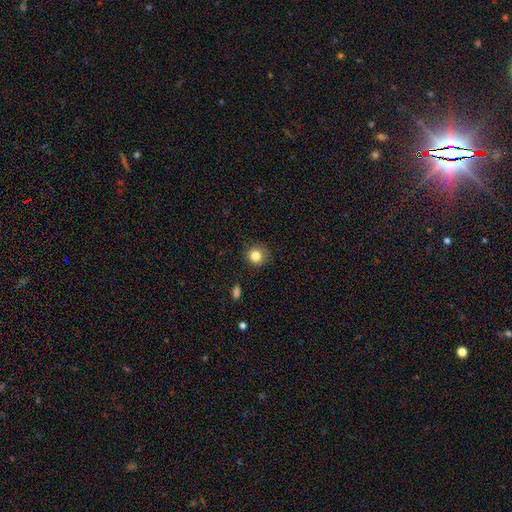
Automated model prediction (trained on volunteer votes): Smooth or featured?
  - smooth: 83% *
  - star or artifact: 11%
  - featured or disk: 6%
How rounded?
  - round: 89% *
  - in between: 10%
  - cigar-shaped: 1%
Merging?
  - none: 85% *
  - minor disturbance: 11%
  - major disturbance: 3%
  - merger: 1%